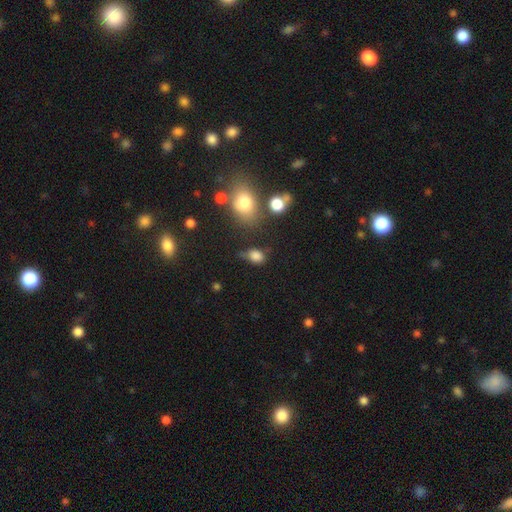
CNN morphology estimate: type=smooth (80%); roundness=in between (62%); merging=none (47%).